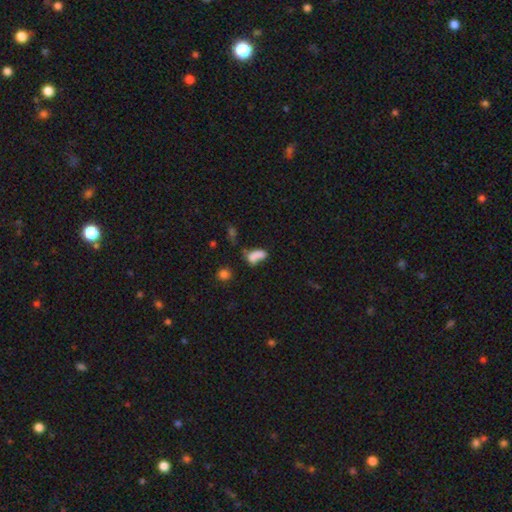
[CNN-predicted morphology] Smooth or featured? smooth (72%)
How rounded? in between (82%)
Merging? none (29%)